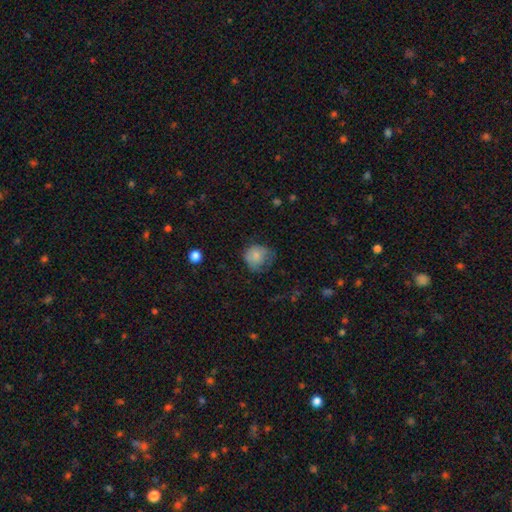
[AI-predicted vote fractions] Overall: smooth (77%). How rounded: round (79%). Merging: none (46%; minor disturbance 32%).